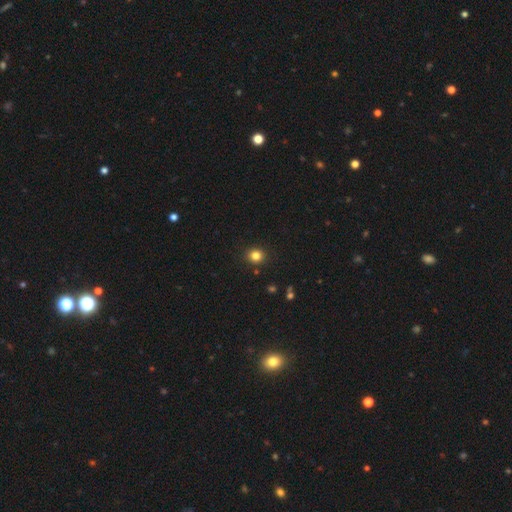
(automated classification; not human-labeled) smooth-or-featured: smooth: 82% | star or artifact: 13% | featured or disk: 5%
  how-rounded: round: 83% | in between: 16% | cigar-shaped: 1%
  merging: none: 91% | minor disturbance: 6% | major disturbance: 2% | merger: 1%